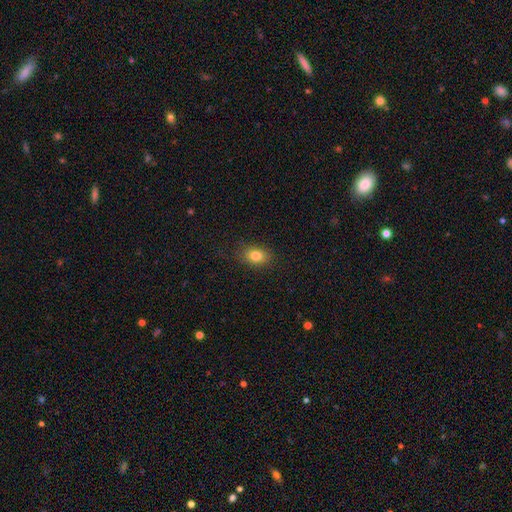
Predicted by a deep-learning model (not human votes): smooth 82%, star or artifact 10%, featured or disk 8%. Down the decision tree: how rounded — in between (75%); merging — none (83%).